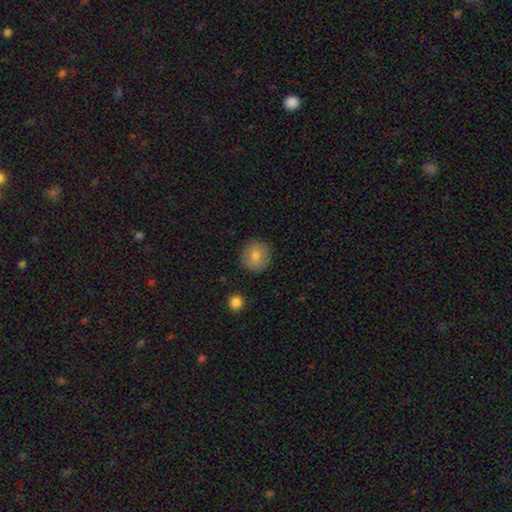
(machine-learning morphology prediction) A smooth galaxy with no disk features (81%) that is round (90%). Merging: none (87%).